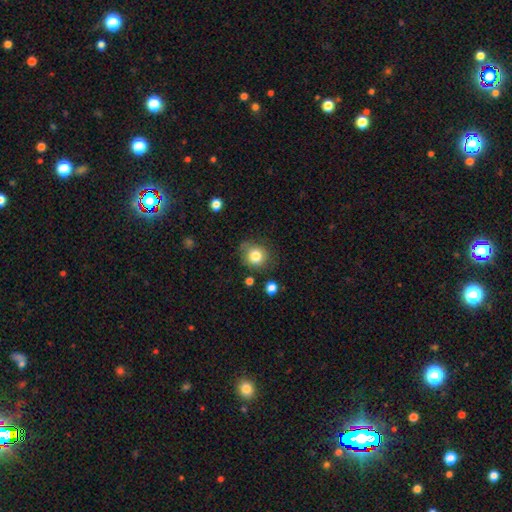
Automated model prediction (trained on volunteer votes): smooth-or-featured: smooth: 81% | star or artifact: 10% | featured or disk: 8%
  how-rounded: round: 81% | in between: 18% | cigar-shaped: 1%
  merging: none: 74% | minor disturbance: 18% | major disturbance: 5% | merger: 3%